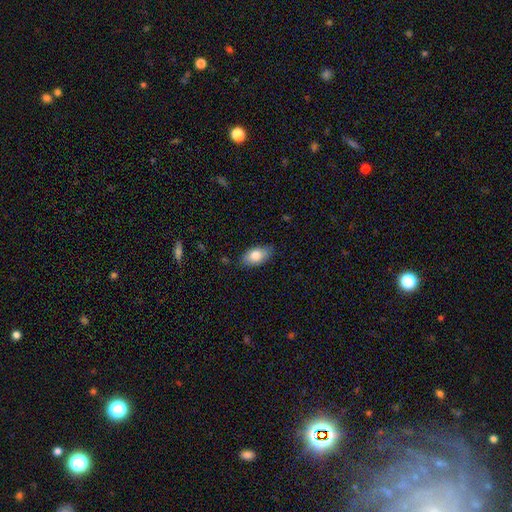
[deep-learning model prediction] A smooth galaxy with no disk features (81%) that is in between round and cigar-shaped (92%).

Vote fractions:
- Smooth or featured? smooth: 81% / featured or disk: 12% / star or artifact: 7%
- How rounded? in between: 92% / round: 5% / cigar-shaped: 3%
- Merging? none: 81% / minor disturbance: 16% / major disturbance: 3% / merger: 1%